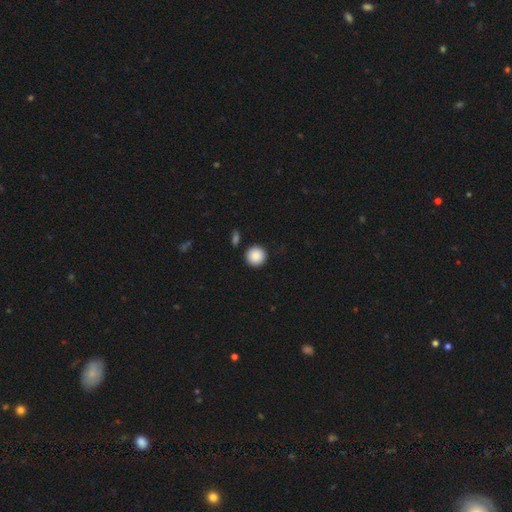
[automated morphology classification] Smooth or featured?
  - smooth: 89% *
  - star or artifact: 8%
  - featured or disk: 3%
How rounded?
  - round: 95% *
  - in between: 4%
  - cigar-shaped: 1%
Merging?
  - none: 90% *
  - minor disturbance: 6%
  - merger: 2%
  - major disturbance: 2%